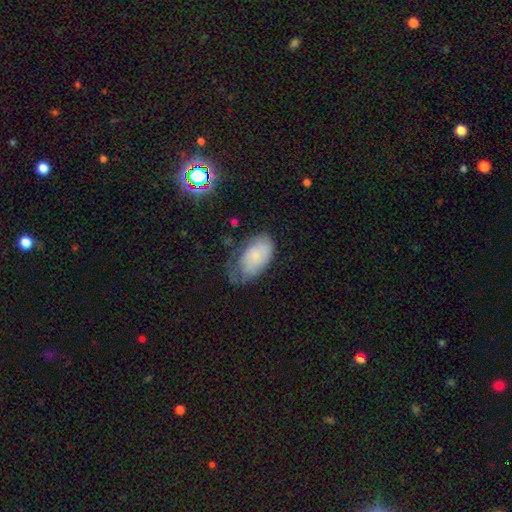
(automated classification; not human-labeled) Smooth or featured? smooth (67%)
How rounded? in between (93%)
Merging? none (38%)